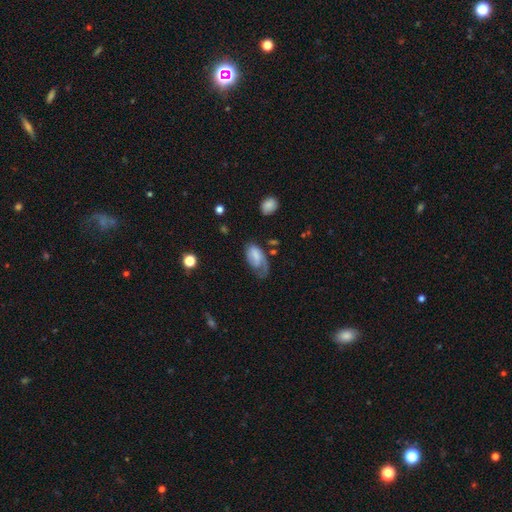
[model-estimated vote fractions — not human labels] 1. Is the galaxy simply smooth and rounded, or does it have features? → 51% smooth, 42% featured or disk, 8% star or artifact.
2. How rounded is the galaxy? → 91% in between, 5% round, 4% cigar-shaped.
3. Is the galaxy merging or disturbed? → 34% major disturbance, 33% none, 30% minor disturbance, 3% merger.